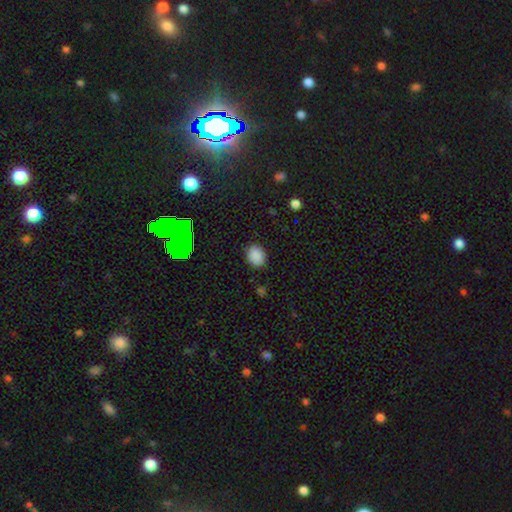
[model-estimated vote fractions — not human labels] Morphology: type=smooth (86%); roundness=round (51%); merging=none (86%).